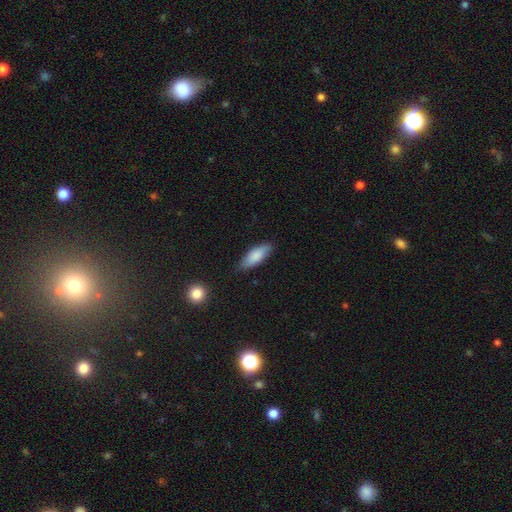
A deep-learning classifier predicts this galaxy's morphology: A smooth galaxy with no disk features (82%) that is in between round and cigar-shaped (69%).

Vote fractions:
- Smooth or featured? smooth: 82% / featured or disk: 12% / star or artifact: 6%
- How rounded? in between: 69% / cigar-shaped: 29% / round: 2%
- Merging? none: 78% / minor disturbance: 18% / major disturbance: 3% / merger: 2%